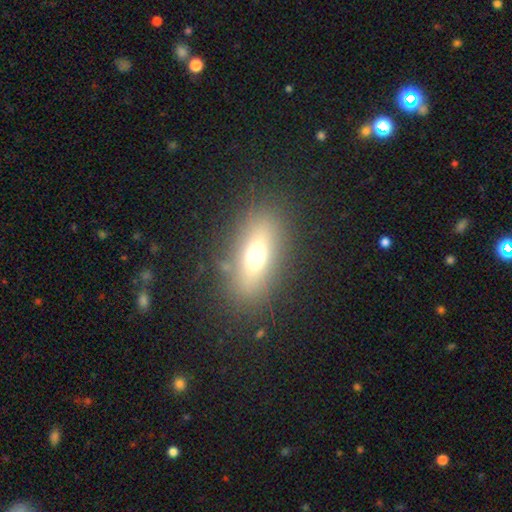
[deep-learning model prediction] A smooth galaxy with no disk features (63%) that is in between round and cigar-shaped (71%).

Vote fractions:
- Smooth or featured? smooth: 63% / featured or disk: 24% / star or artifact: 13%
- How rounded? in between: 71% / cigar-shaped: 20% / round: 9%
- Merging? none: 84% / minor disturbance: 10% / major disturbance: 5% / merger: 2%